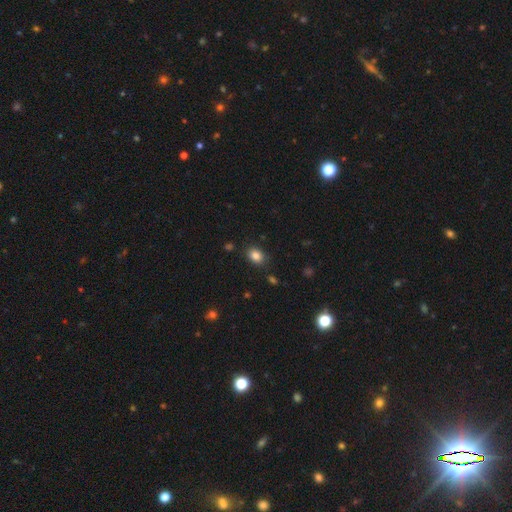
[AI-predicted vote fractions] The model was most divided on "how rounded": in between: 65%, round: 34%, cigar-shaped: 1%. More confident: merging — none (85%); smooth or featured — smooth (84%).